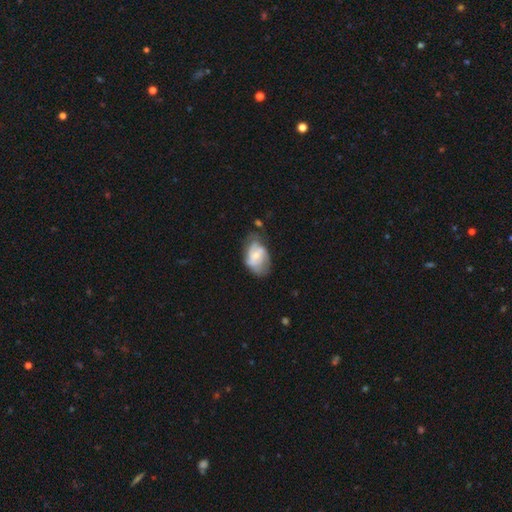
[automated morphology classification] Smooth or featured: featured or disk — 55% (smooth — 38%)
Edge-on disk: no — 96% (yes — 4%)
Bar: no — 42% (tied with weak — 42%)
Spiral arms: yes — 67% (no — 33%)
Bulge size: small — 55% (moderate — 36%)
Merging: none — 45% (minor disturbance — 32%)